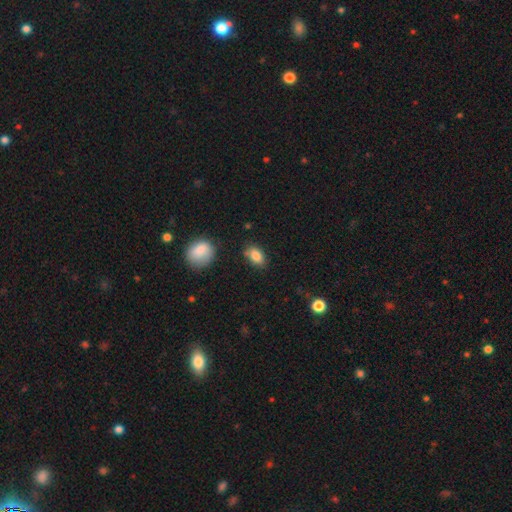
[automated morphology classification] The model was most divided on "merging": none: 75%, minor disturbance: 17%, merger: 4%, major disturbance: 4%. More confident: how rounded — in between (87%); smooth or featured — smooth (85%).